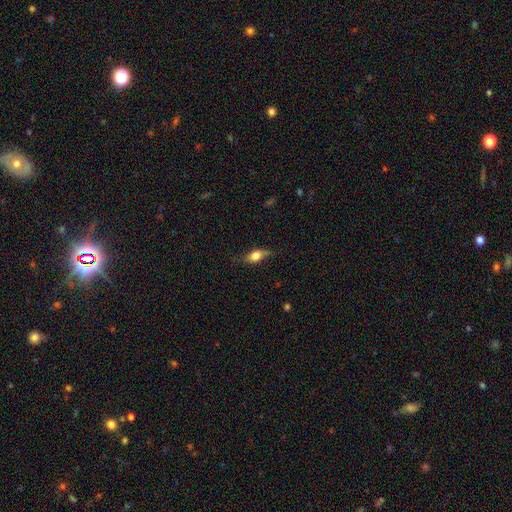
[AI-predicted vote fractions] Overall: smooth (60%; featured or disk 31%). How rounded: in between (70%). Merging: none (65%).